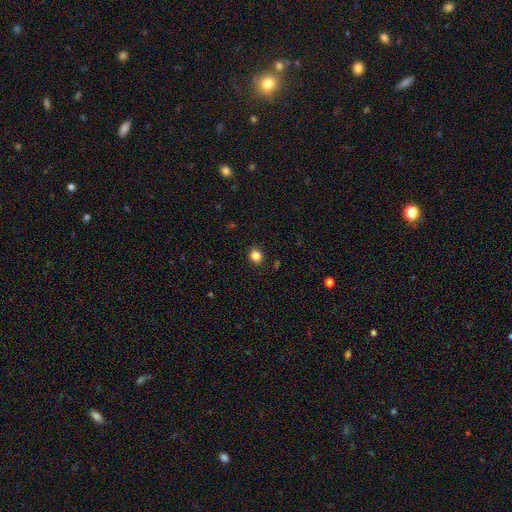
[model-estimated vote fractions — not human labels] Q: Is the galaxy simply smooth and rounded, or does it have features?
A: smooth — 85%.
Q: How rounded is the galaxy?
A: round — 76%.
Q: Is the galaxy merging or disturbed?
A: none — 90%.